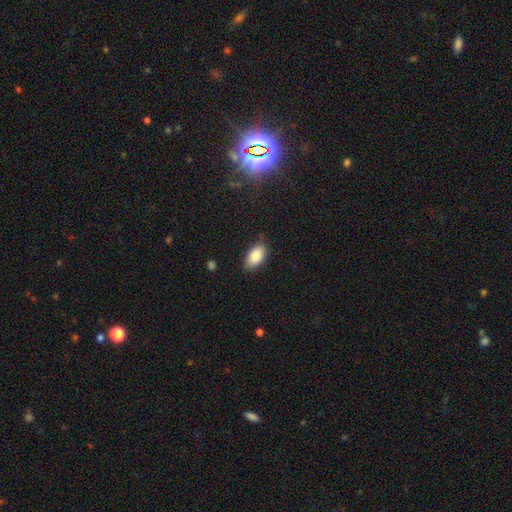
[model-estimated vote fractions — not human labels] smooth_or_featured: smooth (p=0.83) [alt: featured or disk p=0.10]
how_rounded: in between (p=0.92) [alt: round p=0.05]
merging: none (p=0.78) [alt: minor disturbance p=0.18]